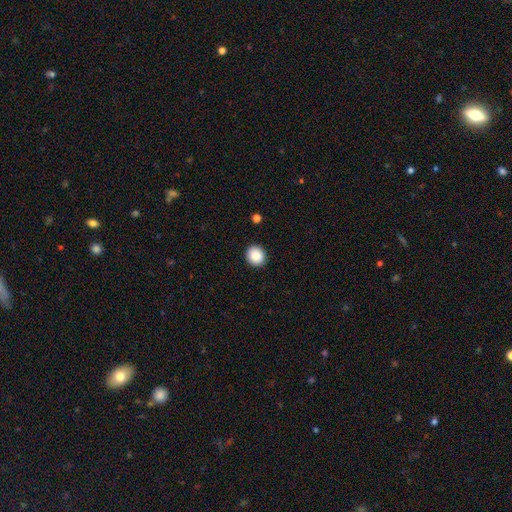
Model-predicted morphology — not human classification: This appears to be a smooth galaxy with no disk features (87%) that is round (85%). Merging: none (92%).